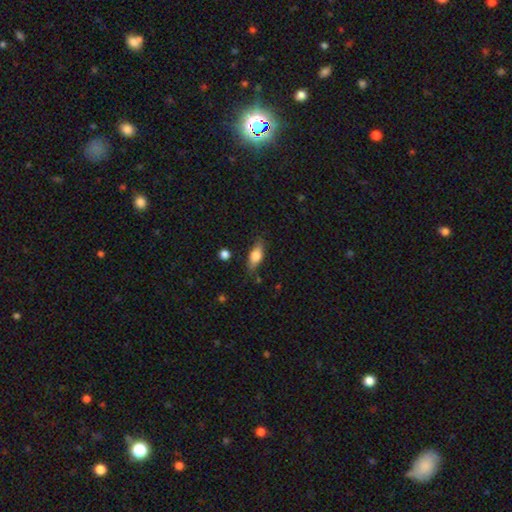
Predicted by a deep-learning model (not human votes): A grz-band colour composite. It shows a smooth galaxy with no disk features (70%) that is in between round and cigar-shaped (75%). Merging: none (76%).